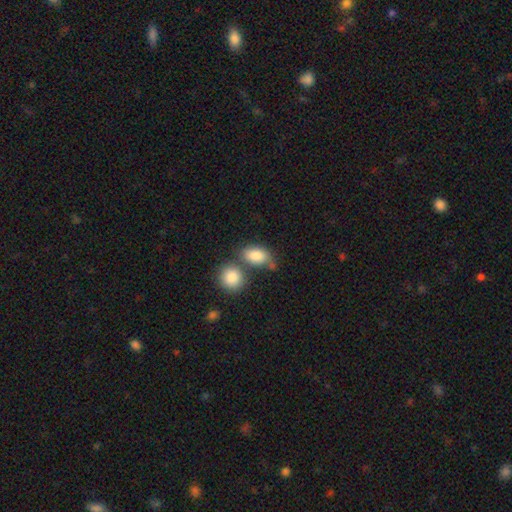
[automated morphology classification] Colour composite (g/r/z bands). It shows a smooth galaxy with no disk features (86%) that is in between round and cigar-shaped (85%). Merging: none (46%).